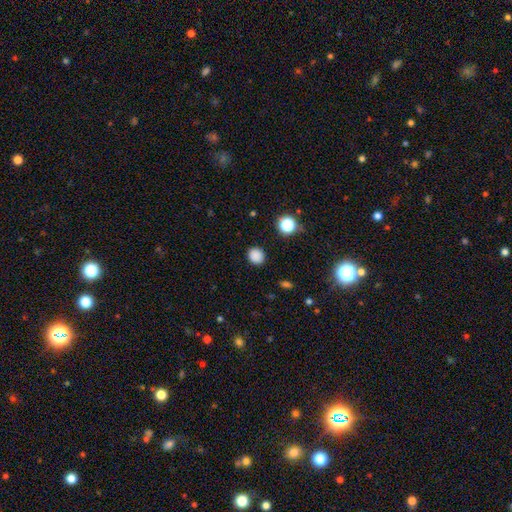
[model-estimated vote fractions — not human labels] smooth 84%, star or artifact 13%, featured or disk 3%. Down the decision tree: how rounded — round (84%); merging — none (89%).